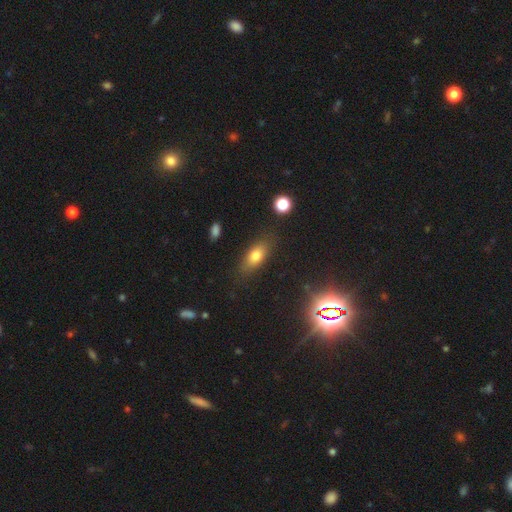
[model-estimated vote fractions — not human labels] smooth-or-featured: smooth: 76% | featured or disk: 14% | star or artifact: 10%
  how-rounded: in between: 80% | cigar-shaped: 13% | round: 7%
  merging: none: 80% | minor disturbance: 14% | major disturbance: 4% | merger: 2%